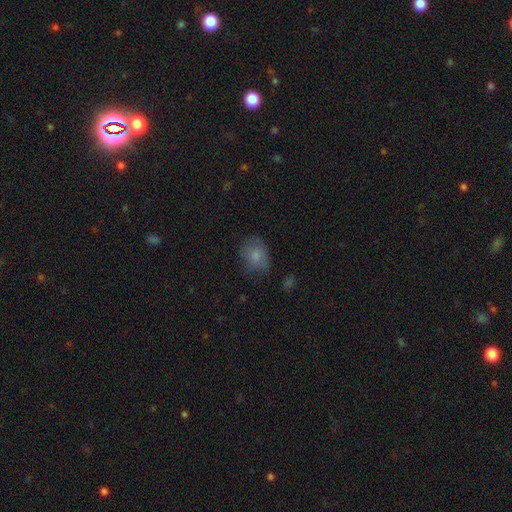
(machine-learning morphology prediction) type=smooth (79%); roundness=in between (59%); merging=none (63%).